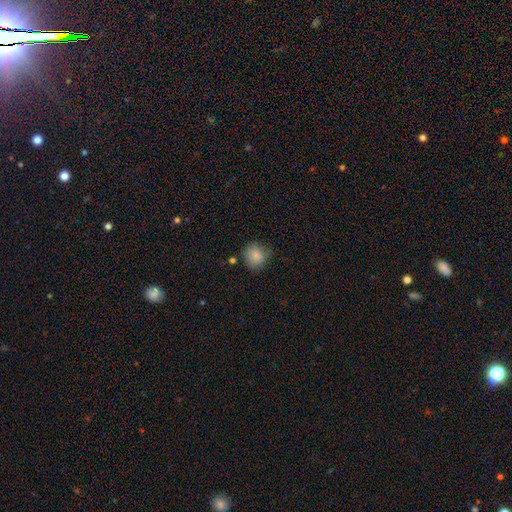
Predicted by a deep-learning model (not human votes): smooth_or_featured: smooth (p=0.86) [alt: star or artifact p=0.08]
how_rounded: round (p=0.82) [alt: in between p=0.17]
merging: none (p=0.70) [alt: minor disturbance p=0.21]